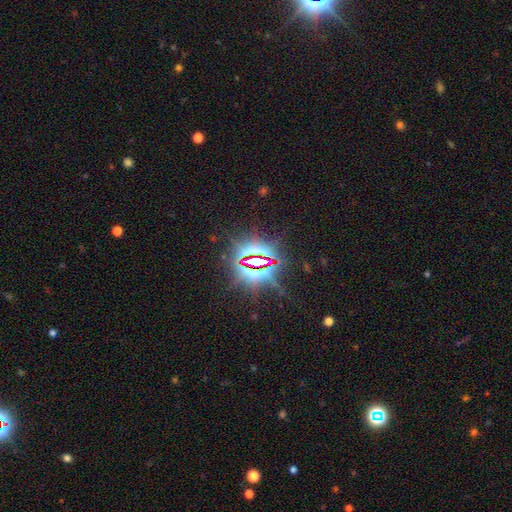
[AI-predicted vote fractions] smooth_or_featured: star or artifact (p=0.84) [alt: featured or disk p=0.08]